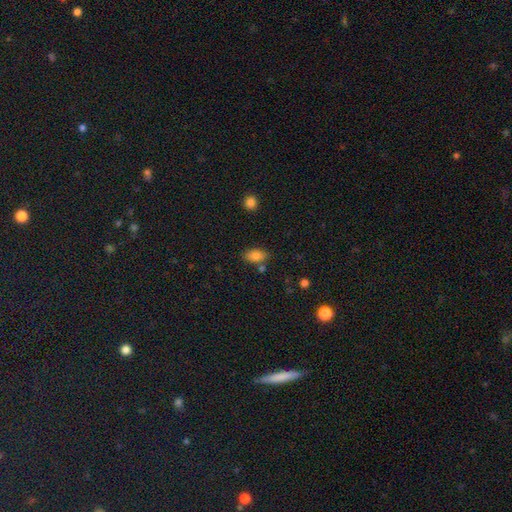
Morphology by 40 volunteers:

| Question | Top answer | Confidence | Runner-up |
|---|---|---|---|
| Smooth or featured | smooth | 90% | star or artifact (8%) |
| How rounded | in between | 94% | round (6%) |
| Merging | none | 68% | minor disturbance (19%) |